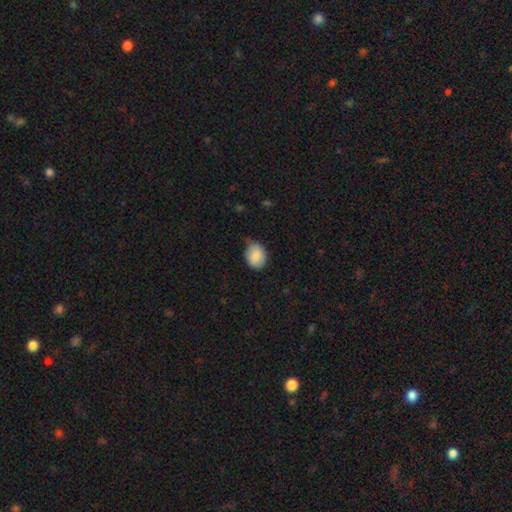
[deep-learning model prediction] A smooth galaxy with no disk features (87%) that is in between round and cigar-shaped (53%). Merging: none (61%).